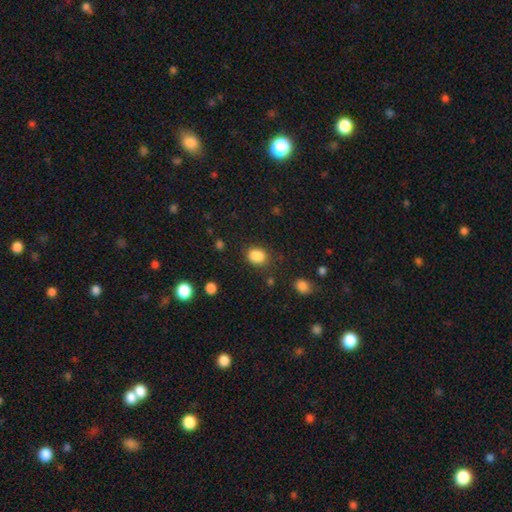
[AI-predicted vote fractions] Smooth or featured? smooth (85%)
How rounded? in between (53%)
Merging? none (73%)